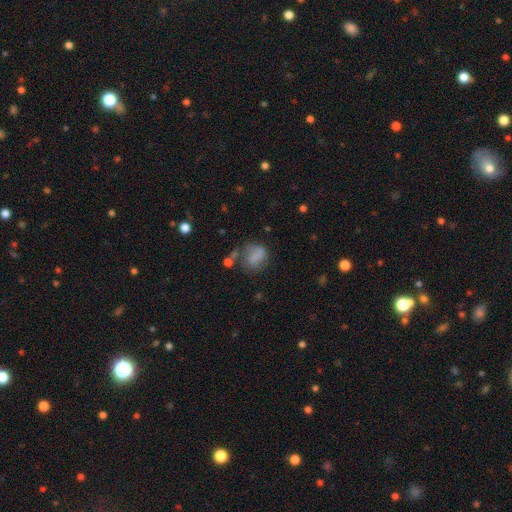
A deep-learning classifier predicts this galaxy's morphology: smooth_or_featured: smooth (p=0.70) [alt: featured or disk p=0.18]
how_rounded: in between (p=0.52) [alt: round p=0.46]
merging: none (p=0.44) [alt: minor disturbance p=0.26]